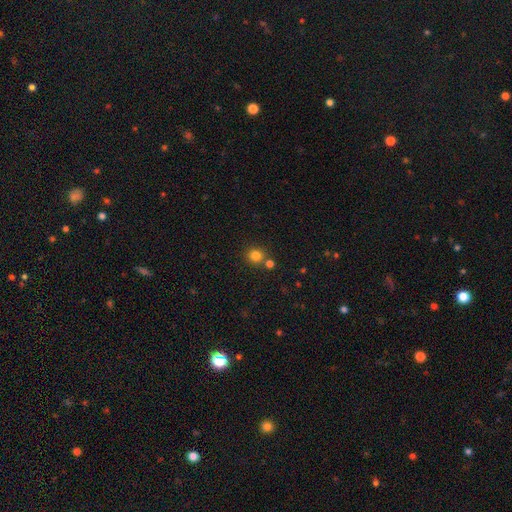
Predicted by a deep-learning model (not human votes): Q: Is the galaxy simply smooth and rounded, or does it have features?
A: smooth — 81%.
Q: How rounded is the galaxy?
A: round — 89%.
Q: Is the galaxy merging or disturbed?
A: none — 73%.